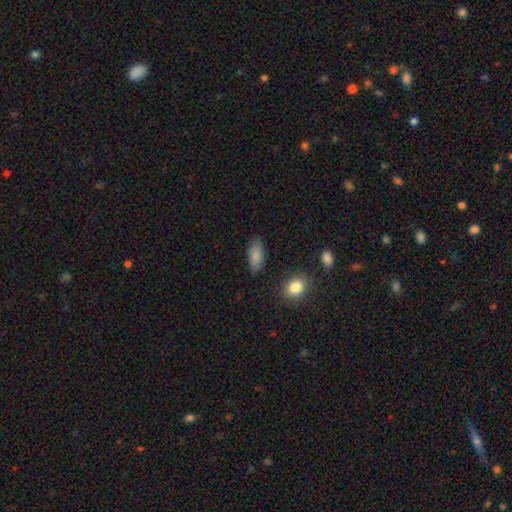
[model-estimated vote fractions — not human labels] Smooth or featured? smooth (86%)
How rounded? in between (89%)
Merging? none (82%)